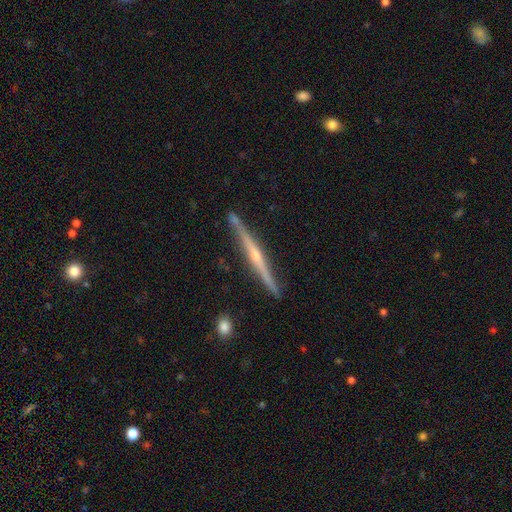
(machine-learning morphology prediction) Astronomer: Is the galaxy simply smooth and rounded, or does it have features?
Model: featured or disk — 82%.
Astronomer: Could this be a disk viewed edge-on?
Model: yes — 98%.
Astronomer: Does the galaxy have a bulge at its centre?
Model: rounded — 78%.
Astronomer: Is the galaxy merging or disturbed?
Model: none — 88%.